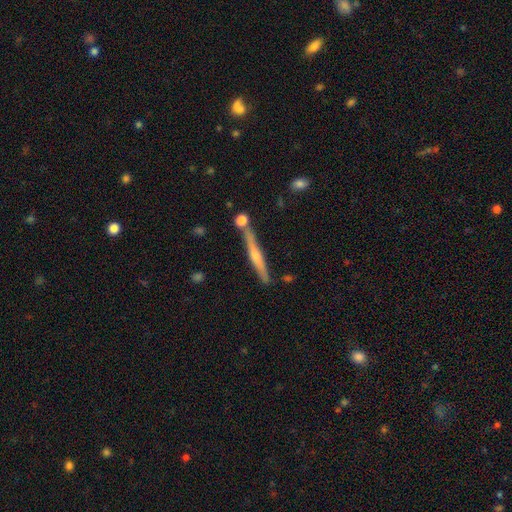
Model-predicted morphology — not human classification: Smooth or featured? Predicted: featured or disk (p=0.62). Edge-on disk? Predicted: yes (p=0.96). Edge-on bulge? Predicted: rounded (p=0.71). Merging? Predicted: none (p=0.79).